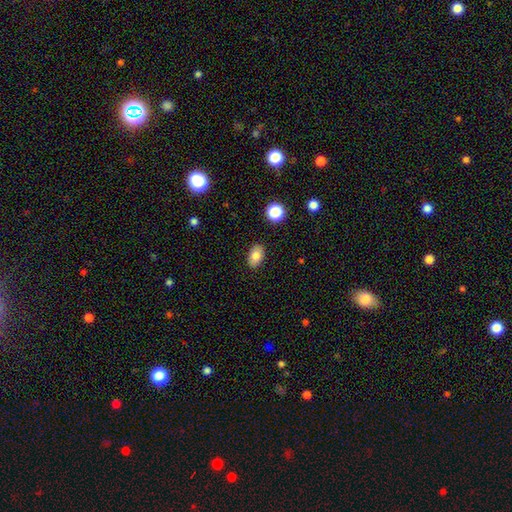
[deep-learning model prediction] A smooth galaxy with no disk features (81%) that is in between round and cigar-shaped (87%). Merging: none (87%).